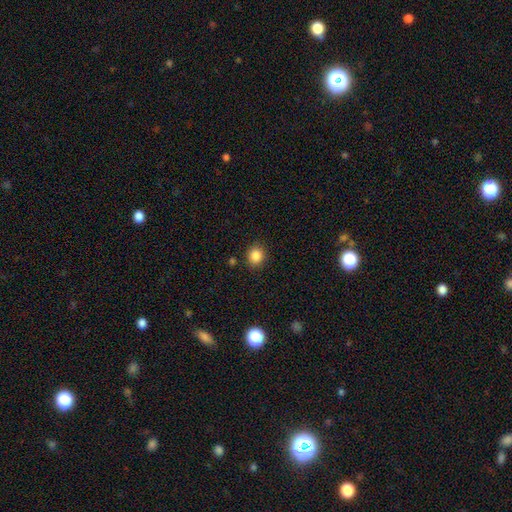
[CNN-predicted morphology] smooth-or-featured: smooth: 85% | star or artifact: 11% | featured or disk: 4%
  how-rounded: round: 81% | in between: 18% | cigar-shaped: 1%
  merging: none: 88% | minor disturbance: 8% | major disturbance: 2% | merger: 2%